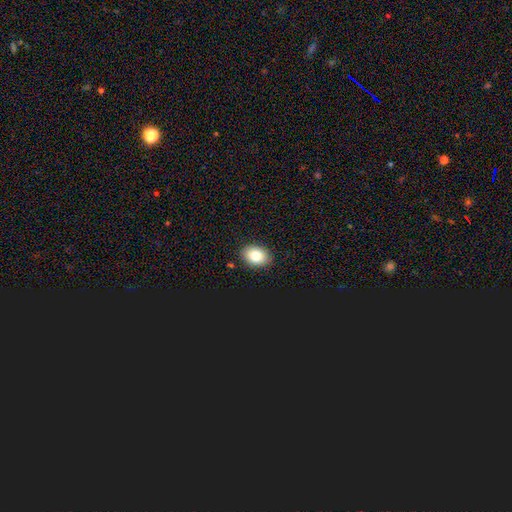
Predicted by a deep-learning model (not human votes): A smooth galaxy with no disk features (82%) that is in between round and cigar-shaped (75%). Merging: none (88%).